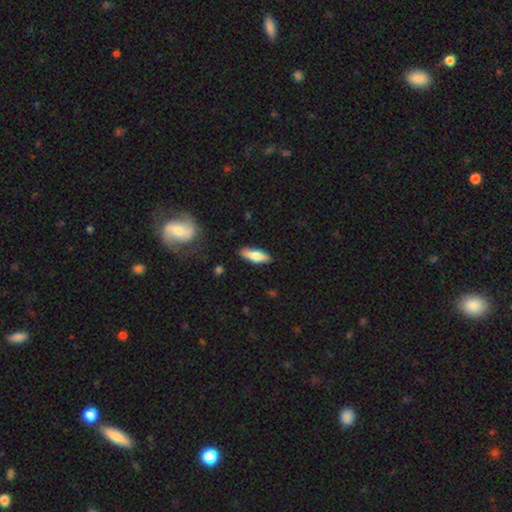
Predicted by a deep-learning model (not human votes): Smooth or featured? smooth (73%)
How rounded? in between (52%)
Merging? none (84%)